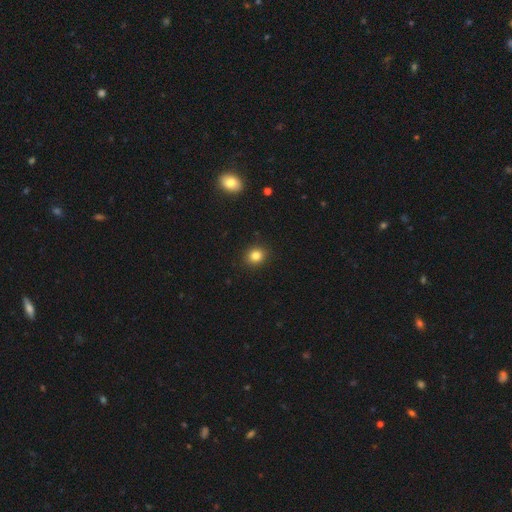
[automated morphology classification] smooth-or-featured: smooth: 83% | star or artifact: 12% | featured or disk: 5%
  how-rounded: round: 76% | in between: 23% | cigar-shaped: 1%
  merging: none: 91% | minor disturbance: 6% | major disturbance: 2% | merger: 1%